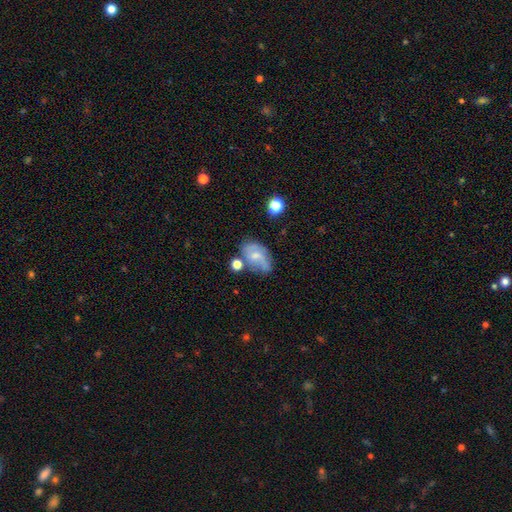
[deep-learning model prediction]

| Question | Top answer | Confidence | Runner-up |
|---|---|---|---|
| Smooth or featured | smooth | 46% | featured or disk (44%) |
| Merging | none | 43% | minor disturbance (29%) |